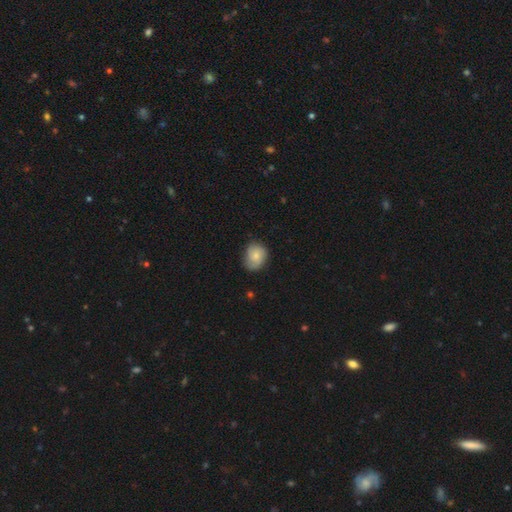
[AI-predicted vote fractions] smooth-or-featured: smooth: 66% | featured or disk: 26% | star or artifact: 7%
  how-rounded: round: 57% | in between: 42% | cigar-shaped: 1%
  merging: none: 68% | minor disturbance: 25% | major disturbance: 5% | merger: 1%